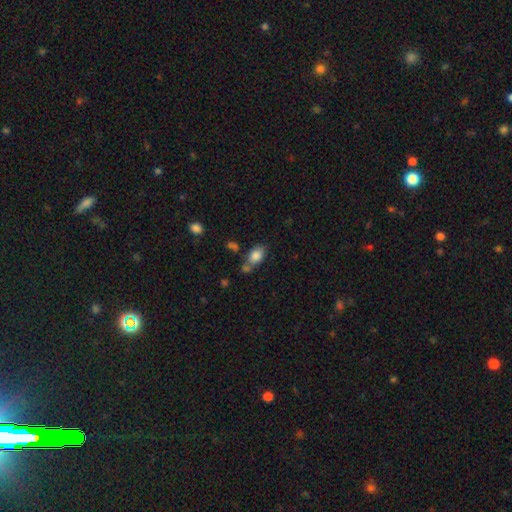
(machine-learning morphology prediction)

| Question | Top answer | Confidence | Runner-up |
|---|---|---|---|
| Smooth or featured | smooth | 83% | featured or disk (9%) |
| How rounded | in between | 85% | round (13%) |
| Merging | none | 52% | merger (25%) |